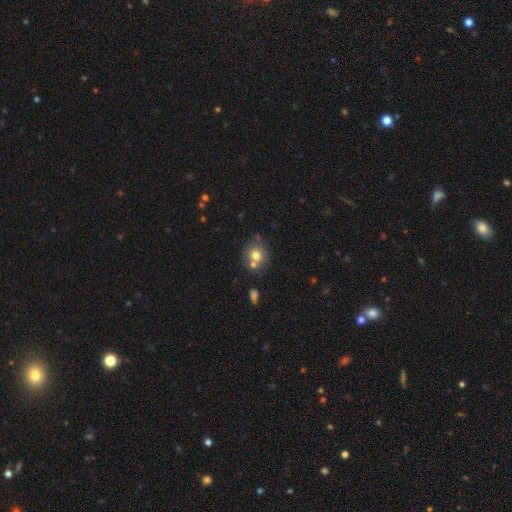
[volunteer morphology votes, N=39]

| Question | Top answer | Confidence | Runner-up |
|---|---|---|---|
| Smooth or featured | smooth | 77% | featured or disk (15%) |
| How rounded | round | 83% | in between (17%) |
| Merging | none | 58% | merger (31%) |